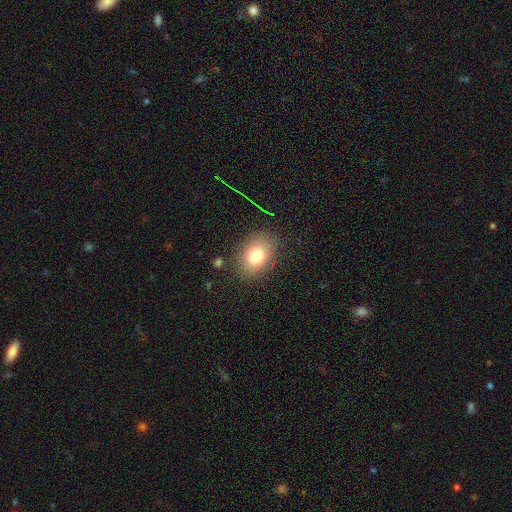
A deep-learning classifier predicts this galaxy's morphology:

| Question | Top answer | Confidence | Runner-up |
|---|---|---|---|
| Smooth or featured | smooth | 78% | featured or disk (12%) |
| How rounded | in between | 74% | round (25%) |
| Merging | none | 83% | minor disturbance (11%) |